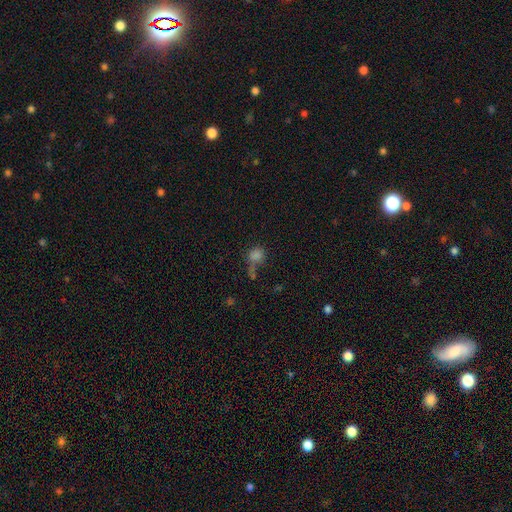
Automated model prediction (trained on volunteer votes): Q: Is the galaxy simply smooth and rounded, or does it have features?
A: smooth — 73%.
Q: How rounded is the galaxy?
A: round — 73%.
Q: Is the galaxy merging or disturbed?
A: none — 42%.